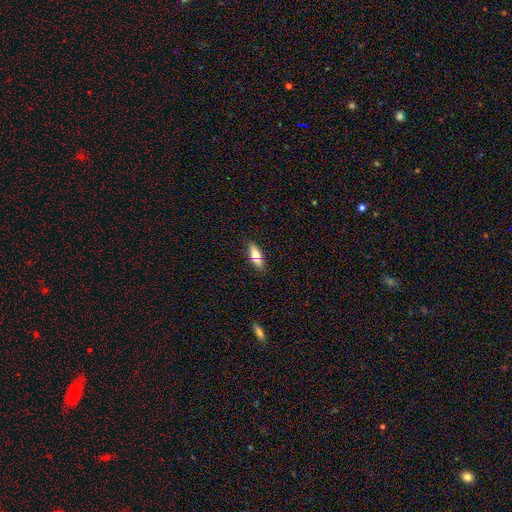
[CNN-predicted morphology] This appears to be a smooth galaxy with no disk features (62%) that is in between round and cigar-shaped (55%). Merging: none (86%).